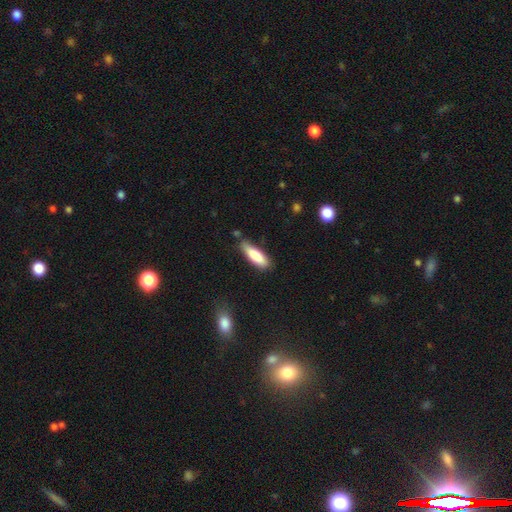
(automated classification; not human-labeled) Smooth or featured? smooth (82%)
How rounded? cigar-shaped (51%)
Merging? none (70%)